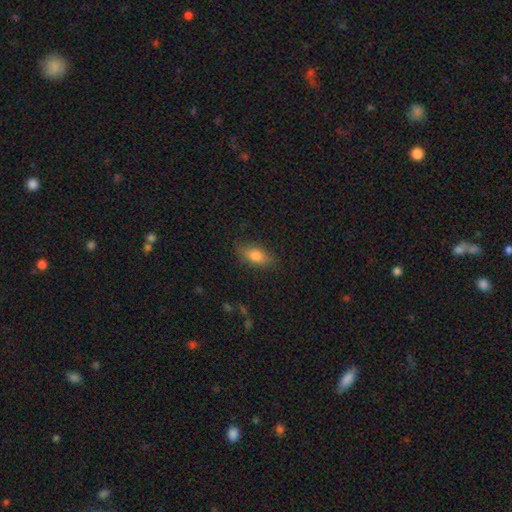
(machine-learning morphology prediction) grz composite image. It shows a smooth galaxy with no disk features (77%) that is in between round and cigar-shaped (82%). Merging: none (79%).